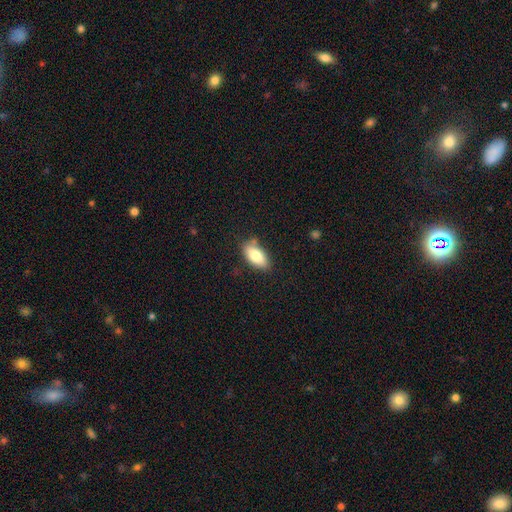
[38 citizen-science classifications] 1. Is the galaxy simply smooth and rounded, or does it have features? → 84% smooth, 13% featured or disk, 3% star or artifact.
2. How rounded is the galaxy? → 91% in between, 6% cigar-shaped, 3% round.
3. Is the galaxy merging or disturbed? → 78% none, 14% minor disturbance, 5% merger, 3% major disturbance.